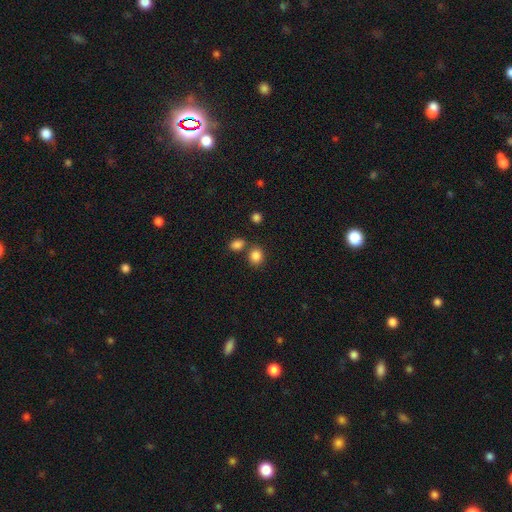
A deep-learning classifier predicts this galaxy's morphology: Smooth or featured? smooth (85%)
How rounded? round (66%)
Merging? none (68%)